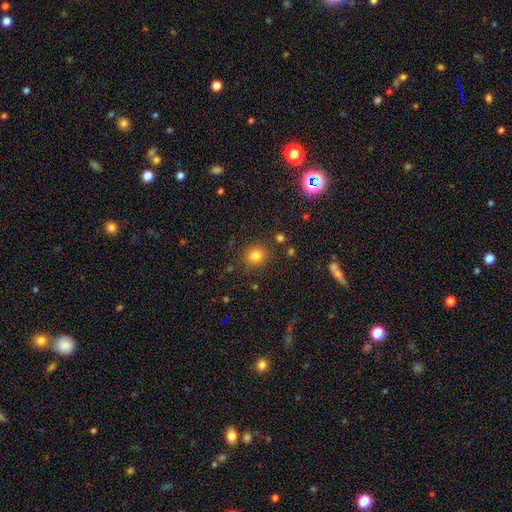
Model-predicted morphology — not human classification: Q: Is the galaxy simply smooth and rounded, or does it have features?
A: smooth — 80%.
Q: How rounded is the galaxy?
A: round — 82%.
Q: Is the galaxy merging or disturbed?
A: none — 83%.